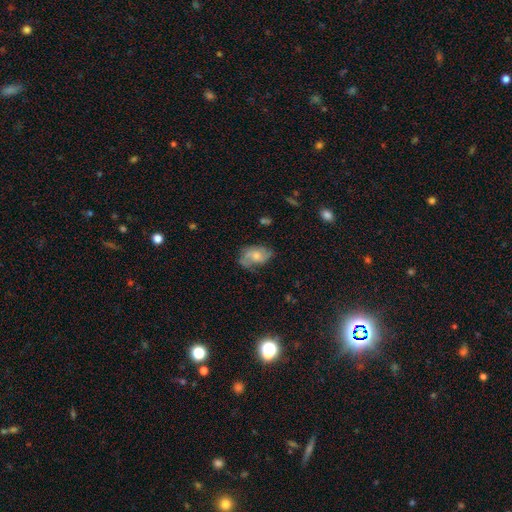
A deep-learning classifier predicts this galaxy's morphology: Smooth or featured: smooth — 46% (tied with featured or disk — 46%)
Merging: none — 58% (minor disturbance — 27%)